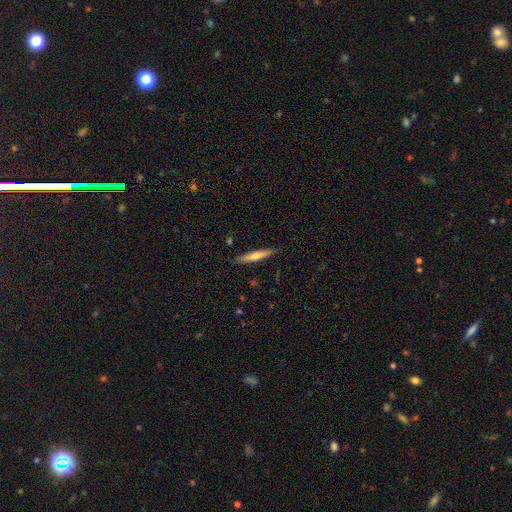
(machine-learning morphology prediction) A smooth galaxy with no disk features (49%). Merging: none (90%).